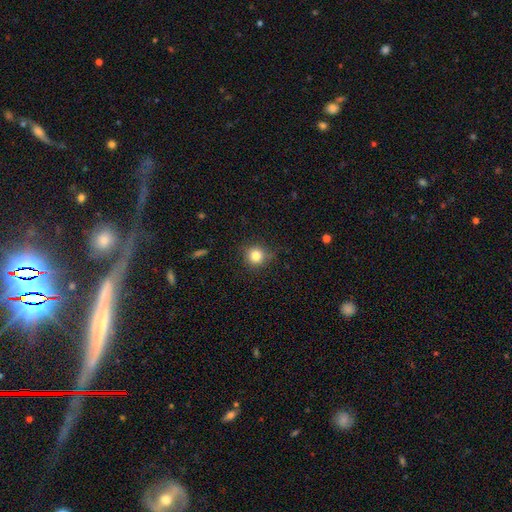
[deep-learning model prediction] Smooth or featured: smooth — 82% (star or artifact — 11%)
How rounded: round — 92% (in between — 7%)
Merging: none — 83% (minor disturbance — 12%)